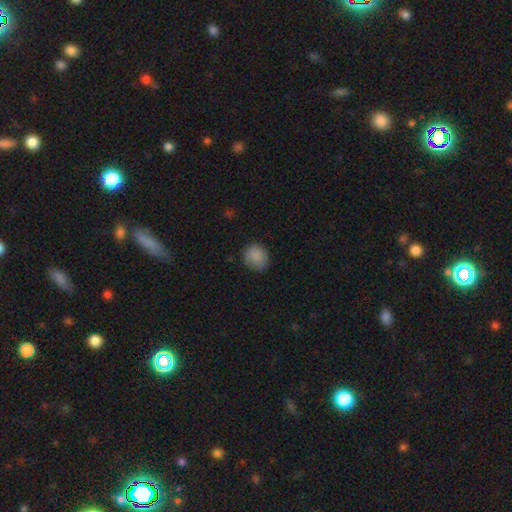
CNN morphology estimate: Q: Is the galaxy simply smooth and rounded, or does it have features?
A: smooth — 87%.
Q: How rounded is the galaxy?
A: round — 81%.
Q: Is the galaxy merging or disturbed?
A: none — 81%.